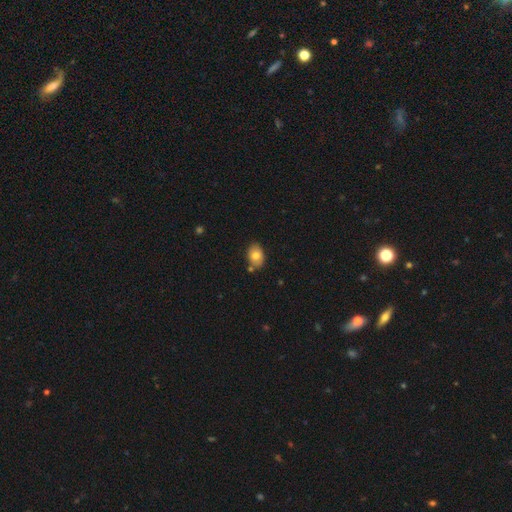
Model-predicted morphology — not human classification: Smooth or featured?
  - smooth: 78% *
  - featured or disk: 14%
  - star or artifact: 8%
How rounded?
  - in between: 76% *
  - round: 23%
  - cigar-shaped: 1%
Merging?
  - none: 74% *
  - minor disturbance: 15%
  - merger: 8%
  - major disturbance: 3%